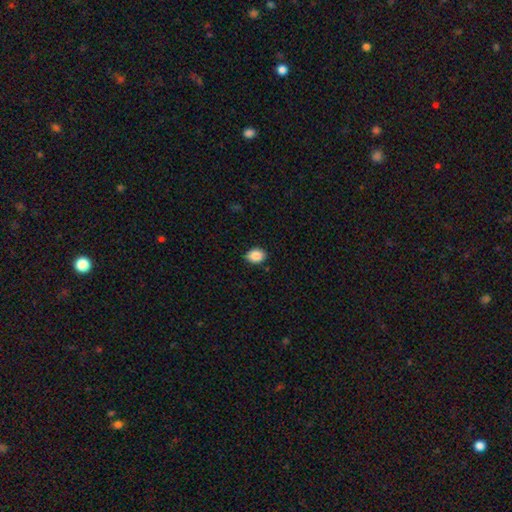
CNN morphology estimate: Smooth or featured? smooth (89%)
How rounded? in between (65%)
Merging? none (86%)